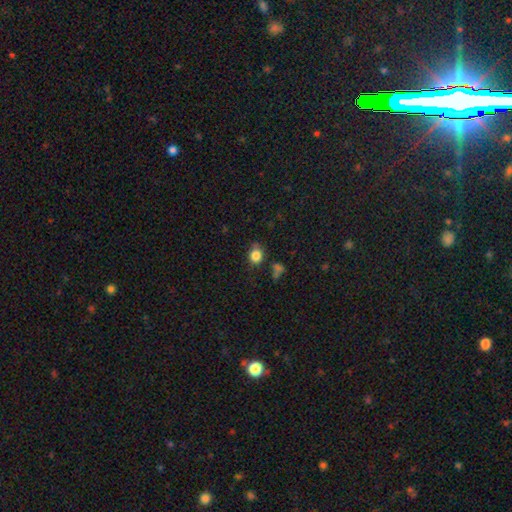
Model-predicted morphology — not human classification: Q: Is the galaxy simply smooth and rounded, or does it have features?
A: smooth — 83%.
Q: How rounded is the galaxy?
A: round — 66%.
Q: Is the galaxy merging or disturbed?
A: none — 64%.